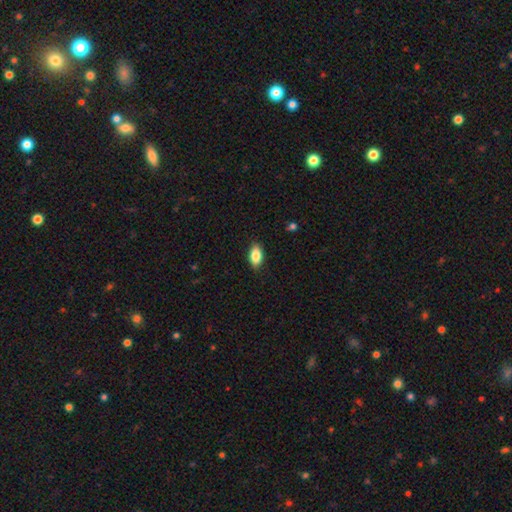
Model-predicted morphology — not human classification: Smooth or featured? smooth (84%)
How rounded? in between (89%)
Merging? none (87%)